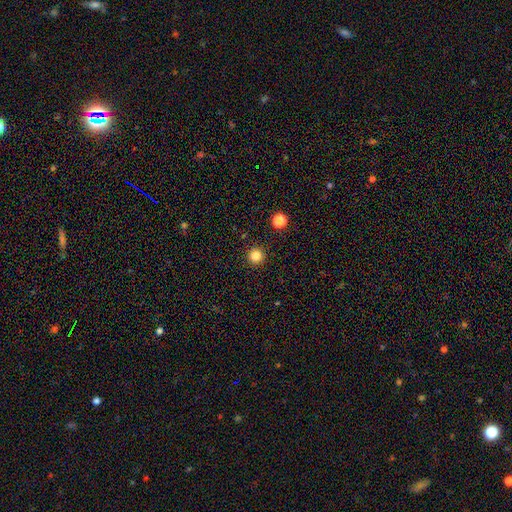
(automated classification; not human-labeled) smooth-or-featured: smooth: 83% | star or artifact: 13% | featured or disk: 4%
  how-rounded: round: 96% | in between: 3% | cigar-shaped: 1%
  merging: none: 93% | minor disturbance: 4% | major disturbance: 2% | merger: 1%